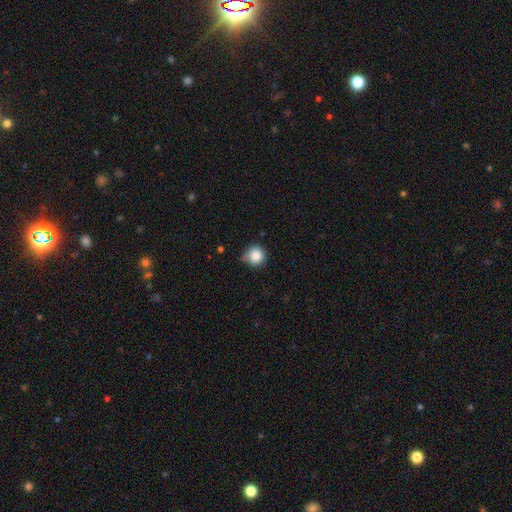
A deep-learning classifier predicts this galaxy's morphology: This is clearly a smooth galaxy (85%). How rounded: clearly round (94%). Merging: likely none (65%).